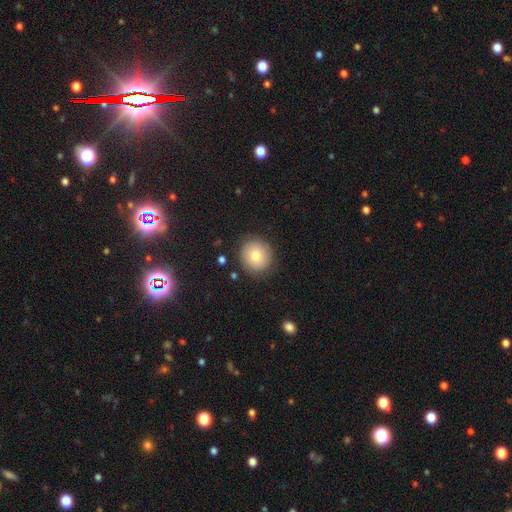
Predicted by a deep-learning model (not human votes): Morphology: type=smooth (74%); roundness=round (83%); merging=none (84%).